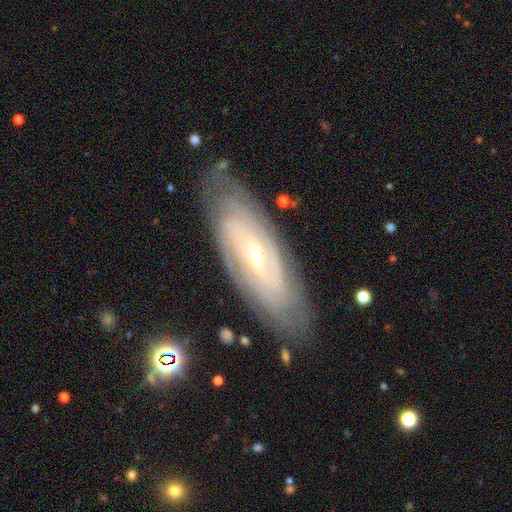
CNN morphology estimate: Smooth or featured: featured or disk — 83% (smooth — 11%)
Edge-on disk: no — 87% (yes — 13%)
Bar: weak — 43% (no — 34%)
Spiral arms: yes — 94% (no — 6%)
Spiral winding: tight — 74% (medium — 22%)
Spiral arm count: can't tell — 44% (2 — 24%)
Bulge size: small — 69% (moderate — 27%)
Merging: none — 81% (minor disturbance — 14%)